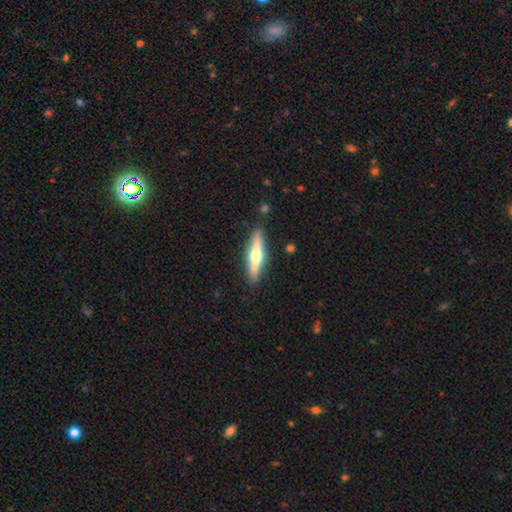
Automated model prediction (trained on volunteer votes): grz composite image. It shows a featured or disk galaxy (58%) viewed edge-on (95%) with a rounded central bulge (93%). Merging: none (88%).